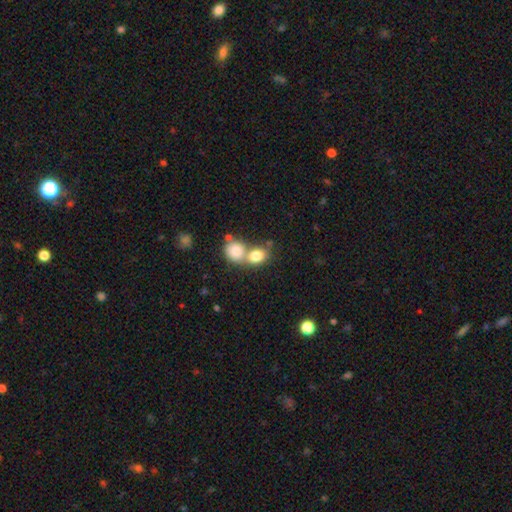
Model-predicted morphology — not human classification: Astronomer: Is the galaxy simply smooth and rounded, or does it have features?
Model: smooth — 80%.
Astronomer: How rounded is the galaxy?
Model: in between — 52% (runner-up: round, 47%).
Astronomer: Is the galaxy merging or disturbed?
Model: merger — 56% (runner-up: none, 33%).